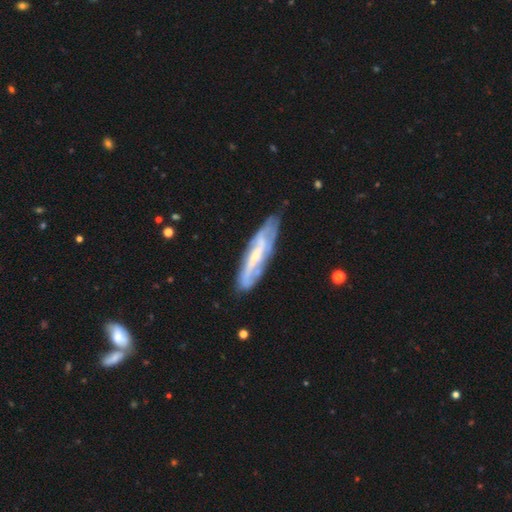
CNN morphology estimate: Smooth or featured: featured or disk — 75% (smooth — 19%)
Edge-on disk: no — 68% (yes — 32%)
Bar: weak — 38% (no — 36%)
Spiral arms: yes — 85% (no — 15%)
Bulge size: small — 59% (moderate — 30%)
Merging: none — 70% (minor disturbance — 21%)